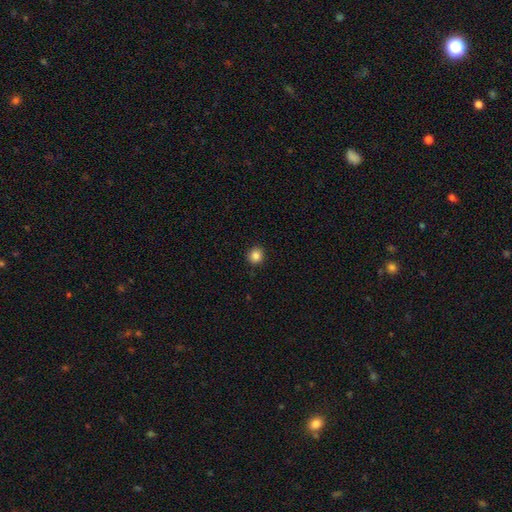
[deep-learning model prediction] Smooth or featured?
  - smooth: 86% *
  - star or artifact: 11%
  - featured or disk: 3%
How rounded?
  - round: 89% *
  - in between: 10%
  - cigar-shaped: 1%
Merging?
  - none: 92% *
  - minor disturbance: 6%
  - major disturbance: 2%
  - merger: 1%